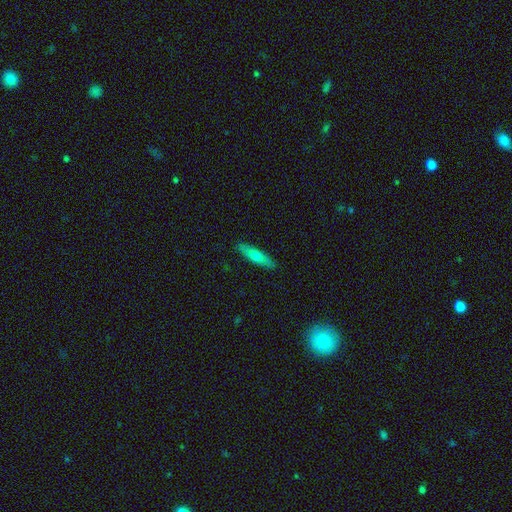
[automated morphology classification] Smooth or featured? smooth (64%)
How rounded? cigar-shaped (76%)
Merging? none (90%)